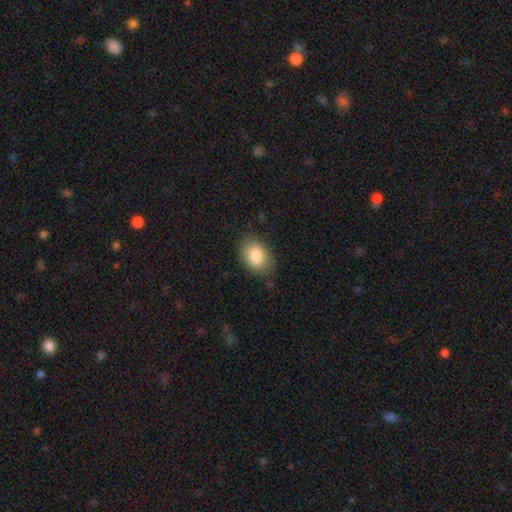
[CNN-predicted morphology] Smooth or featured? Predicted: smooth (p=0.86). How rounded? Predicted: in between (p=0.85). Merging? Predicted: none (p=0.76).